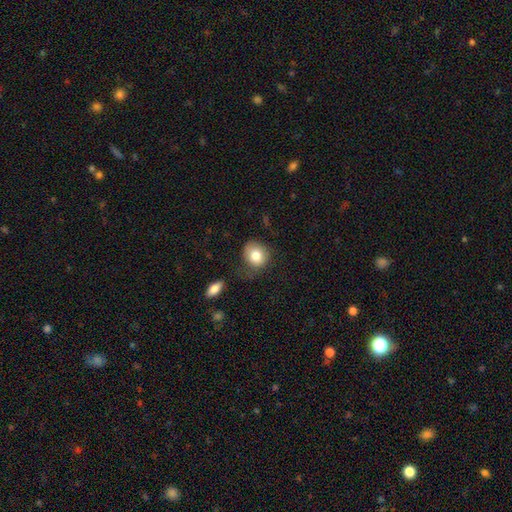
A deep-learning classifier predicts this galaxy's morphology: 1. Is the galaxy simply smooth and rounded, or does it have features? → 80% smooth, 11% featured or disk, 9% star or artifact.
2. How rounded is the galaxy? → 74% round, 25% in between, 1% cigar-shaped.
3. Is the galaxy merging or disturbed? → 61% none, 25% minor disturbance, 10% major disturbance, 4% merger.